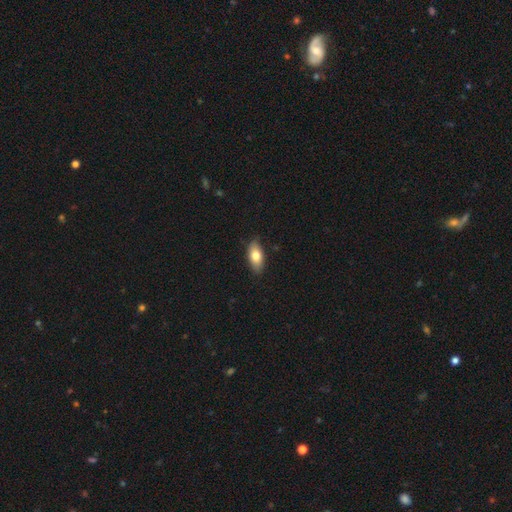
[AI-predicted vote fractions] Overall: smooth (76%). How rounded: in between (87%). Merging: none (85%).